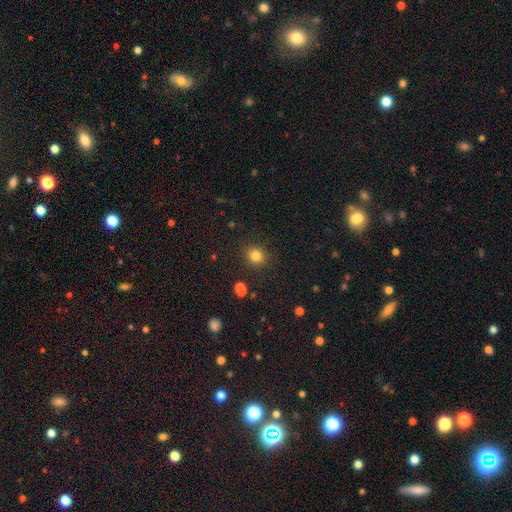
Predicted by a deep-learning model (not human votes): smooth 81%, star or artifact 13%, featured or disk 5%. Down the decision tree: how rounded — round (84%); merging — none (88%).